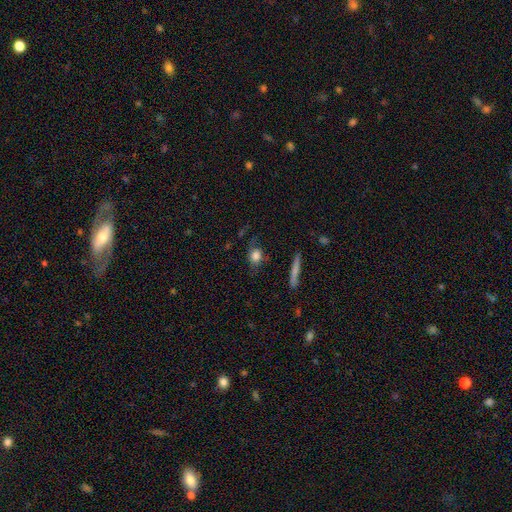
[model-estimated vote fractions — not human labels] Morphology: type=smooth (72%); roundness=in between (53%); merging=none (60%).